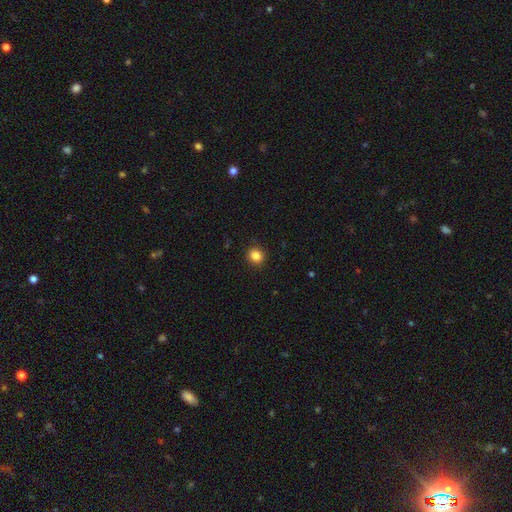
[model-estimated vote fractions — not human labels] smooth-or-featured: smooth: 85% | star or artifact: 11% | featured or disk: 4%
  how-rounded: round: 86% | in between: 13% | cigar-shaped: 1%
  merging: none: 91% | minor disturbance: 6% | major disturbance: 2% | merger: 1%